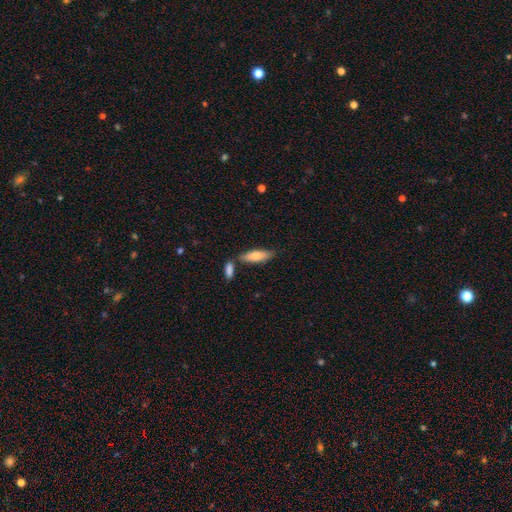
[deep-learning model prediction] A smooth galaxy with no disk features (71%) that is cigar-shaped (51%).

Vote fractions:
- Smooth or featured? smooth: 71% / featured or disk: 23% / star or artifact: 6%
- How rounded? cigar-shaped: 51% / in between: 47% / round: 2%
- Merging? none: 73% / merger: 13% / minor disturbance: 12% / major disturbance: 2%